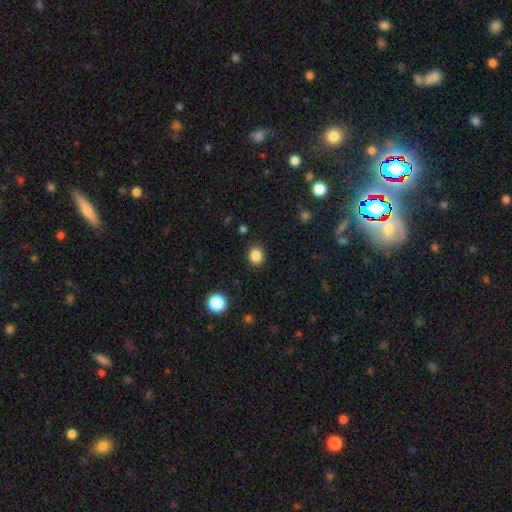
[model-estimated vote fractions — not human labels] A smooth galaxy with no disk features (85%) that is round (73%).

Vote fractions:
- Smooth or featured? smooth: 85% / star or artifact: 11% / featured or disk: 4%
- How rounded? round: 73% / in between: 27% / cigar-shaped: 1%
- Merging? none: 88% / minor disturbance: 8% / major disturbance: 2% / merger: 1%